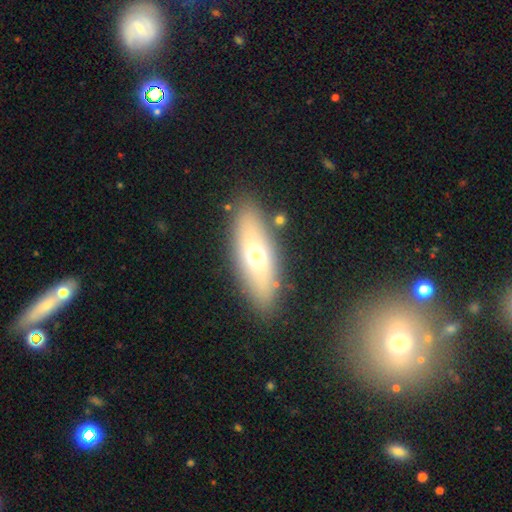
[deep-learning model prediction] Smooth or featured: smooth — 60% (featured or disk — 32%)
How rounded: in between — 62% (cigar-shaped — 35%)
Merging: none — 85% (minor disturbance — 9%)